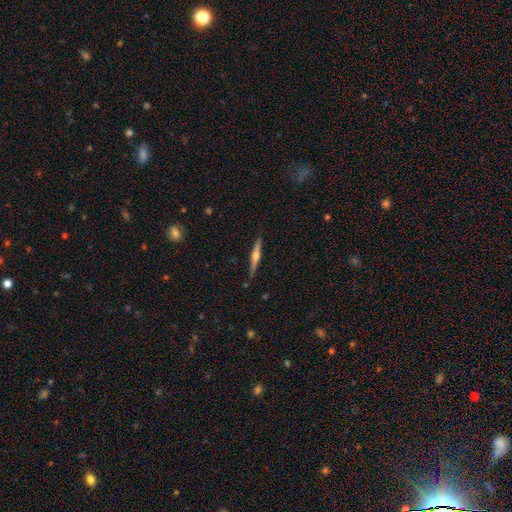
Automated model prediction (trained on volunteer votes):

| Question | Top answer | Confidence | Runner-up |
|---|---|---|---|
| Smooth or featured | featured or disk | 72% | smooth (22%) |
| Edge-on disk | yes | 98% | no (2%) |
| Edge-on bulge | rounded | 91% | none (5%) |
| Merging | none | 87% | minor disturbance (9%) |